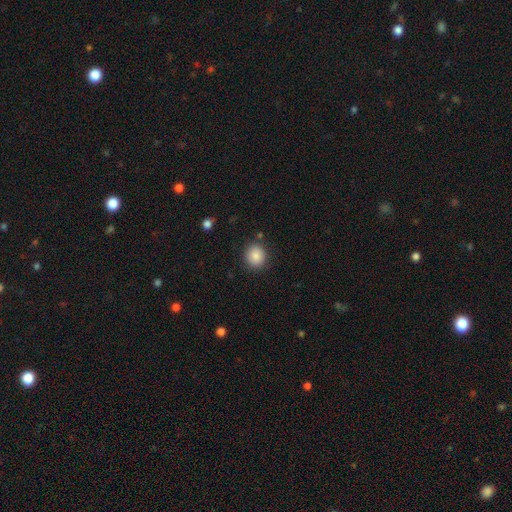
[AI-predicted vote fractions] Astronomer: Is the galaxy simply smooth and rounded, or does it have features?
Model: smooth — 87%.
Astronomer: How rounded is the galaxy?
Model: round — 81%.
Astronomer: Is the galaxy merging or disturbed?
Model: none — 87%.